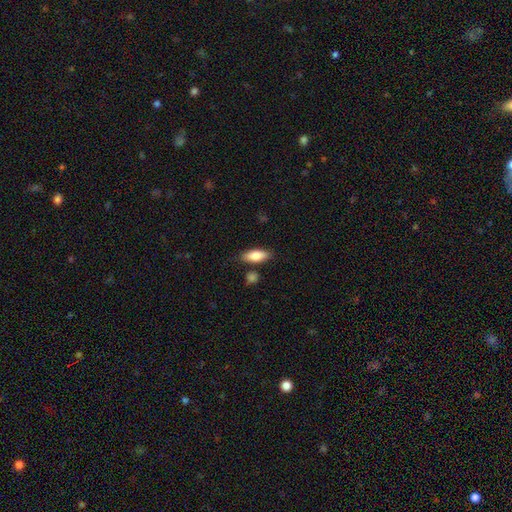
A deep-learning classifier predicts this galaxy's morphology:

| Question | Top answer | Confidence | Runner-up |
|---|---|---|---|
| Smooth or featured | smooth | 83% | featured or disk (11%) |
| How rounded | in between | 78% | cigar-shaped (20%) |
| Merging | none | 82% | minor disturbance (11%) |